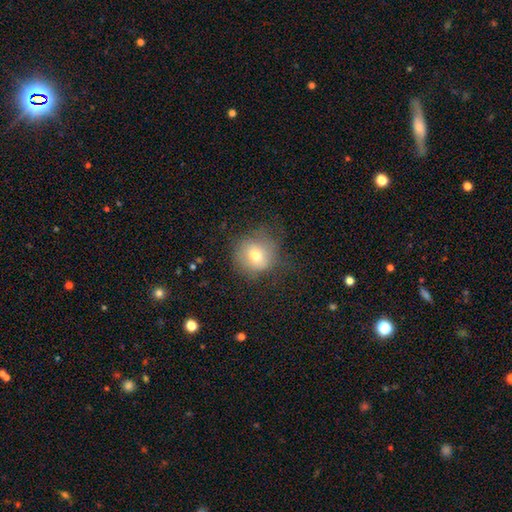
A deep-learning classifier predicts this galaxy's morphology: smooth-or-featured: smooth: 70% | featured or disk: 17% | star or artifact: 13%
  how-rounded: round: 88% | in between: 11% | cigar-shaped: 1%
  merging: none: 66% | minor disturbance: 19% | major disturbance: 14% | merger: 1%